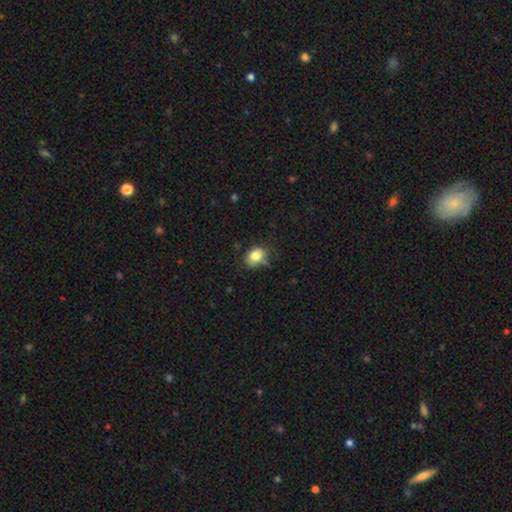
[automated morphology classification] smooth-or-featured: smooth: 82% | star or artifact: 10% | featured or disk: 8%
  how-rounded: in between: 56% | round: 43% | cigar-shaped: 1%
  merging: none: 68% | minor disturbance: 23% | major disturbance: 5% | merger: 3%